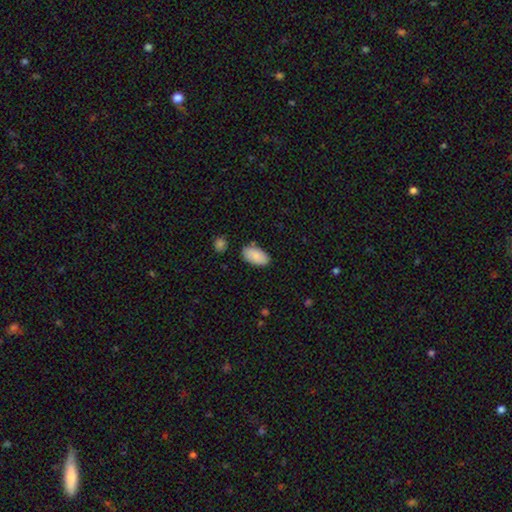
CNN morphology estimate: Smooth or featured? Predicted: smooth (p=0.87). How rounded? Predicted: in between (p=0.95). Merging? Predicted: none (p=0.81).